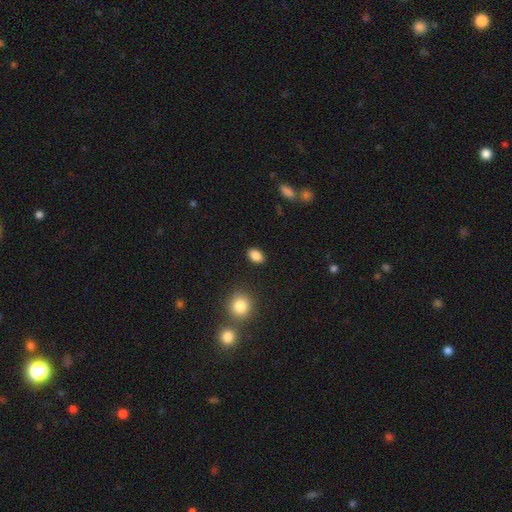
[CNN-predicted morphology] smooth_or_featured: smooth (p=0.86) [alt: star or artifact p=0.09]
how_rounded: in between (p=0.82) [alt: round p=0.16]
merging: none (p=0.88) [alt: minor disturbance p=0.08]